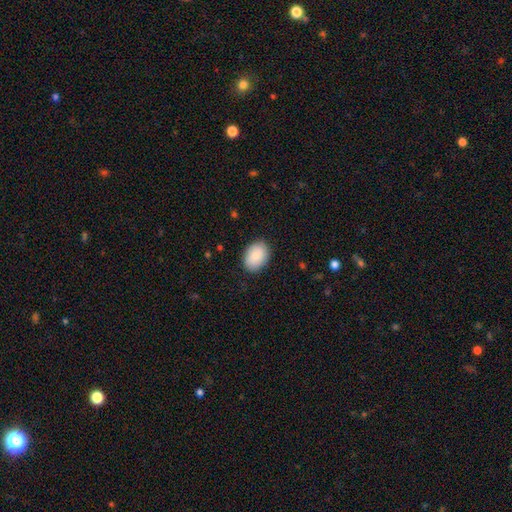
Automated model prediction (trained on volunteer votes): This is clearly a smooth galaxy (87%). How rounded: clearly in between (80%). Merging: clearly none (87%).